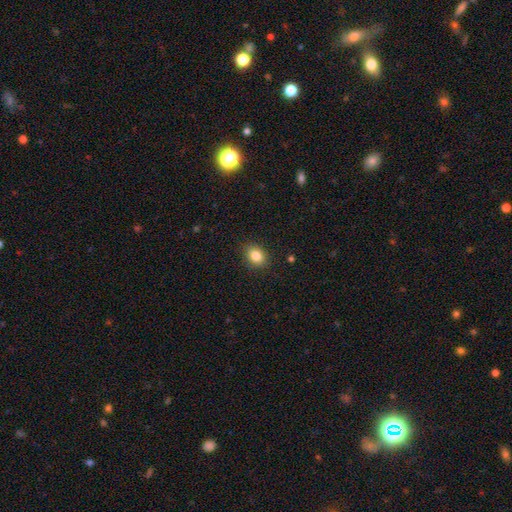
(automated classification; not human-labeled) This is clearly a smooth galaxy (84%). How rounded: possibly in between (60%). Merging: clearly none (88%).